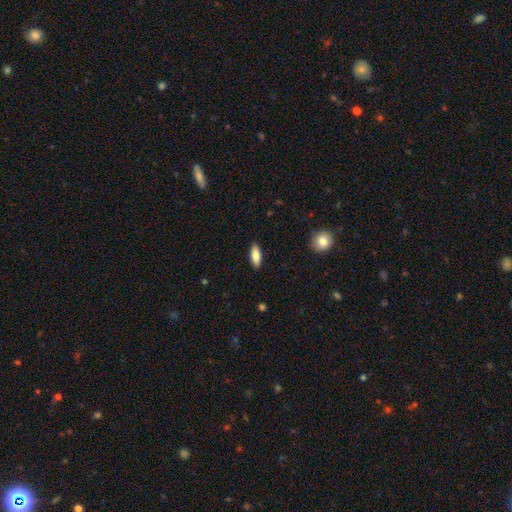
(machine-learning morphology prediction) type=smooth (84%); roundness=in between (68%); merging=none (89%).